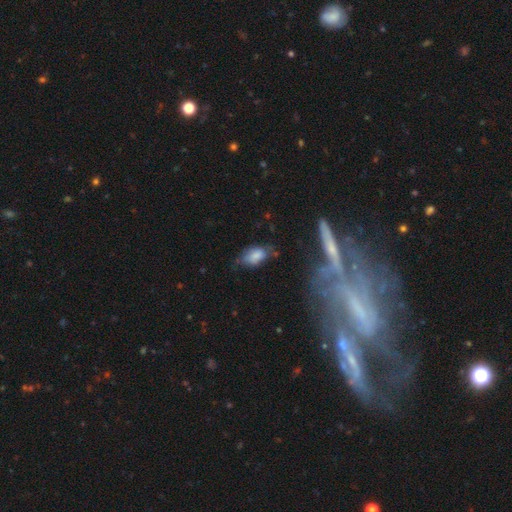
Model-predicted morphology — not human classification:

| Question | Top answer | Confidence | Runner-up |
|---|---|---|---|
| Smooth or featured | smooth | 76% | featured or disk (15%) |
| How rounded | in between | 90% | round (7%) |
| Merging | none | 48% | minor disturbance (34%) |